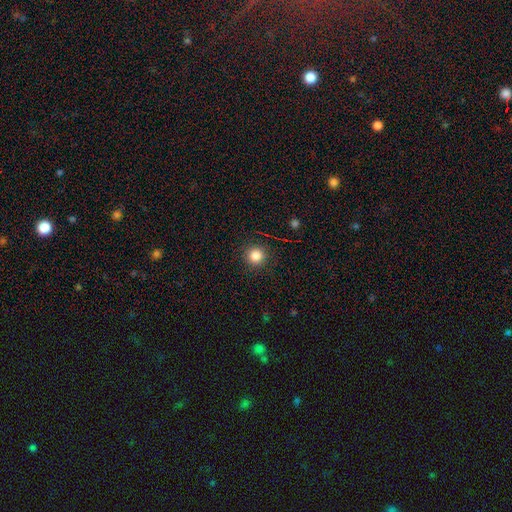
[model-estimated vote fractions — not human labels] The model was most divided on "smooth or featured": smooth: 83%, star or artifact: 12%, featured or disk: 5%. More confident: how rounded — round (94%); merging — none (90%).